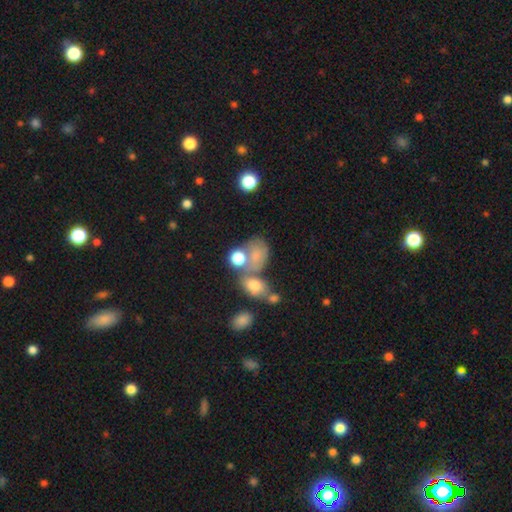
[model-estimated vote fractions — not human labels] smooth-or-featured: smooth: 65% | featured or disk: 21% | star or artifact: 14%
  how-rounded: in between: 62% | round: 36% | cigar-shaped: 1%
  merging: merger: 41% | none: 30% | minor disturbance: 16% | major disturbance: 13%